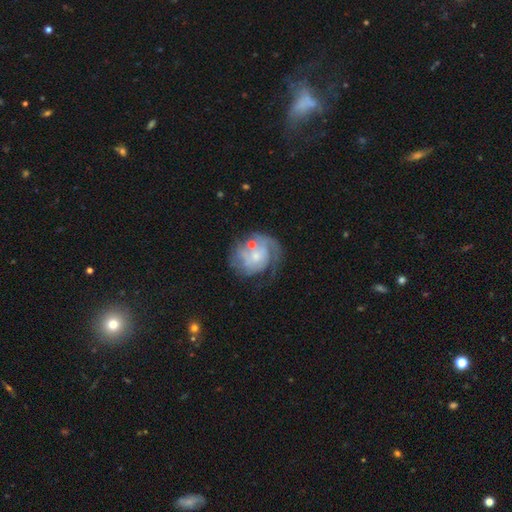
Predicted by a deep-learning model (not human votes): Smooth or featured? featured or disk (75%)
Edge-on disk? no (98%)
Bar? no (72%)
Spiral arms? yes (85%)
Spiral winding? tight (52%)
Spiral arm count? 1 (31%)
Bulge size? small (60%)
Merging? none (48%)